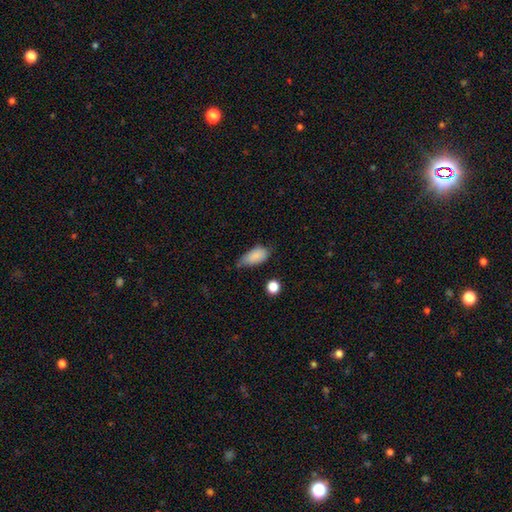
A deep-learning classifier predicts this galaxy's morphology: Q: Smooth or featured?
A: smooth (85%); runner-up: star or artifact (8%)
Q: How rounded?
A: in between (90%); runner-up: cigar-shaped (6%)
Q: Merging?
A: minor disturbance (44%); runner-up: none (43%)